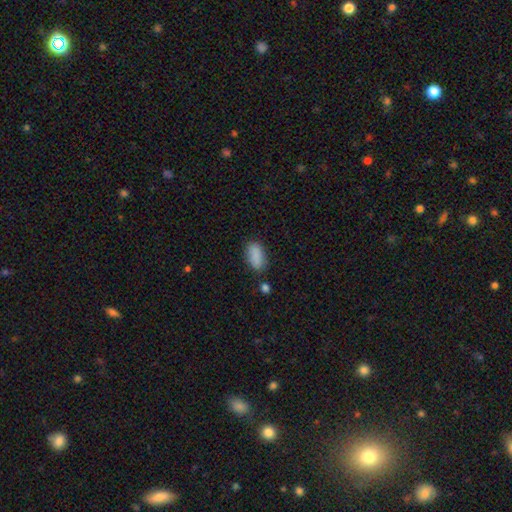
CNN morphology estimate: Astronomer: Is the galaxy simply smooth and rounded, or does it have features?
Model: smooth — 87%.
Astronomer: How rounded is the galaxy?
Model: in between — 91%.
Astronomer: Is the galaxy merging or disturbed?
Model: none — 77%.